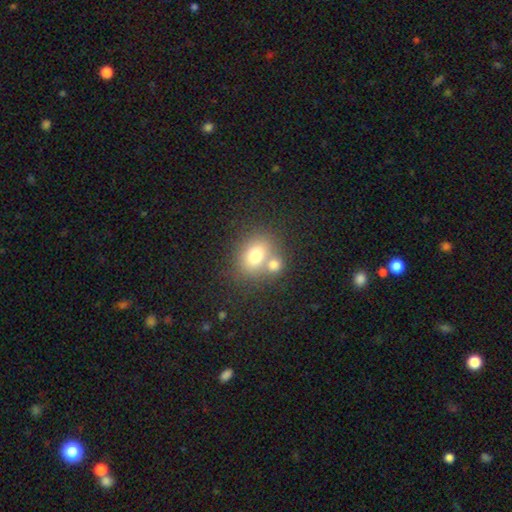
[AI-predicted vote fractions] A smooth galaxy with no disk features (73%) that is in between round and cigar-shaped (53%). Merging: none (45%).